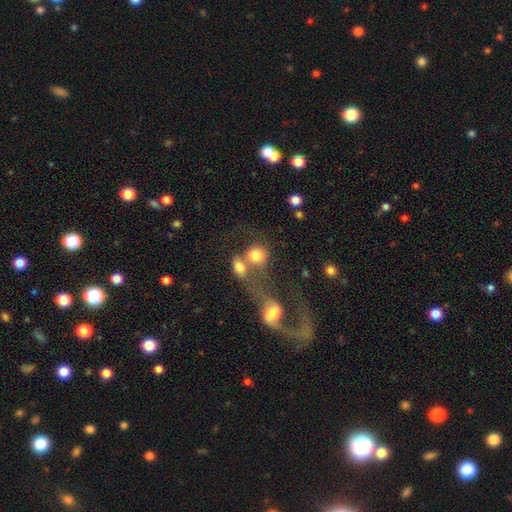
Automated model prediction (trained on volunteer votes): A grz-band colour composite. It shows a smooth galaxy with no disk features (74%) that is round (66%). Merging: merger (62%).